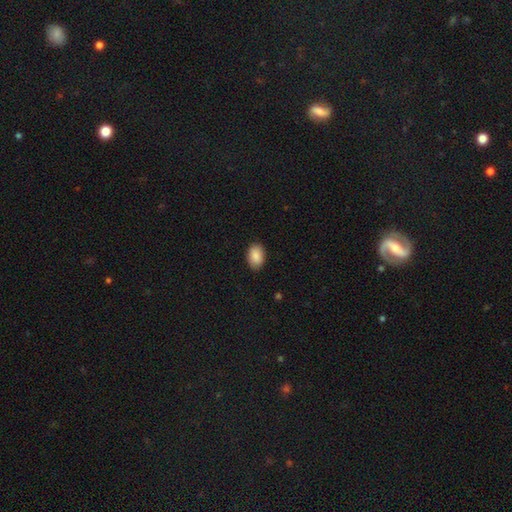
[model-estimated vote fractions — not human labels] The model was most divided on "how rounded": in between: 88%, round: 10%, cigar-shaped: 1%. More confident: smooth or featured — smooth (90%); merging — none (88%).